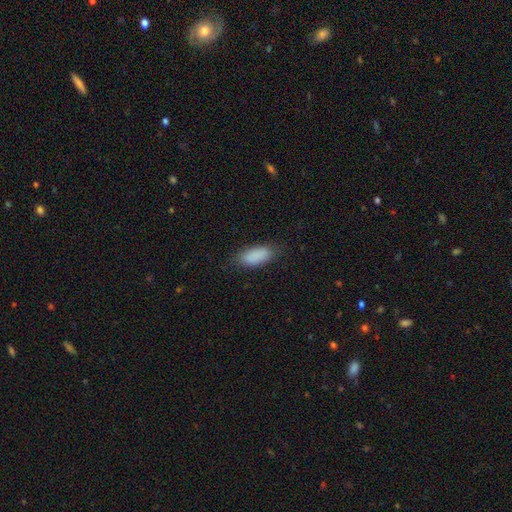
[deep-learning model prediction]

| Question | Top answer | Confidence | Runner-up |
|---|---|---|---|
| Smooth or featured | smooth | 89% | star or artifact (7%) |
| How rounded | in between | 84% | cigar-shaped (13%) |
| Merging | none | 81% | minor disturbance (14%) |